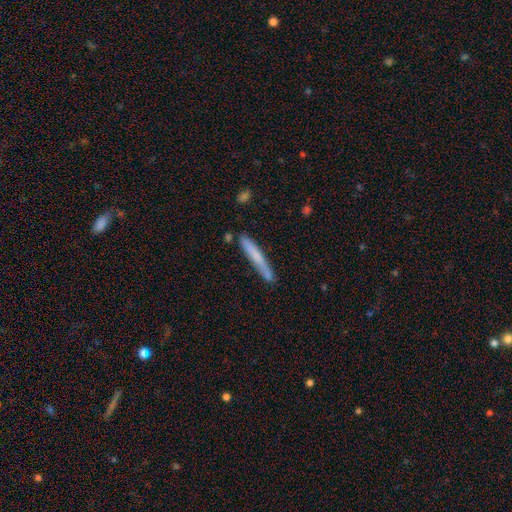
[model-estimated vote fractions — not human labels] Morphology: type=smooth (66%); roundness=cigar-shaped (96%); merging=none (78%).